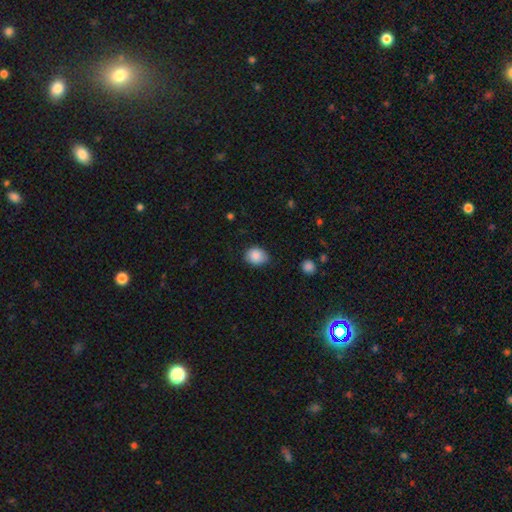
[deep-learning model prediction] The model was most divided on "how rounded": round: 52%, in between: 47%, cigar-shaped: 1%. More confident: smooth or featured — smooth (87%); merging — none (76%).